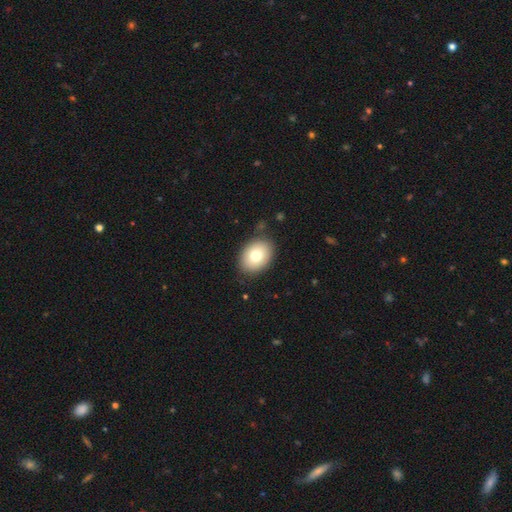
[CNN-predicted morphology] smooth-or-featured: smooth: 76% | featured or disk: 15% | star or artifact: 9%
  how-rounded: in between: 67% | round: 32% | cigar-shaped: 1%
  merging: none: 85% | minor disturbance: 10% | major disturbance: 3% | merger: 1%